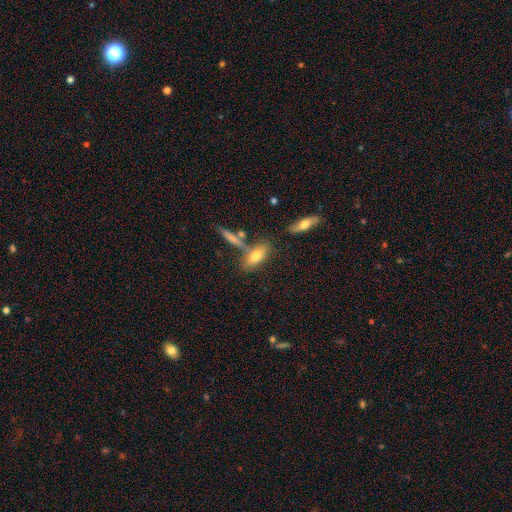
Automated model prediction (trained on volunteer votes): A smooth galaxy with no disk features (72%) that is in between round and cigar-shaped (76%). Merging: none (60%).